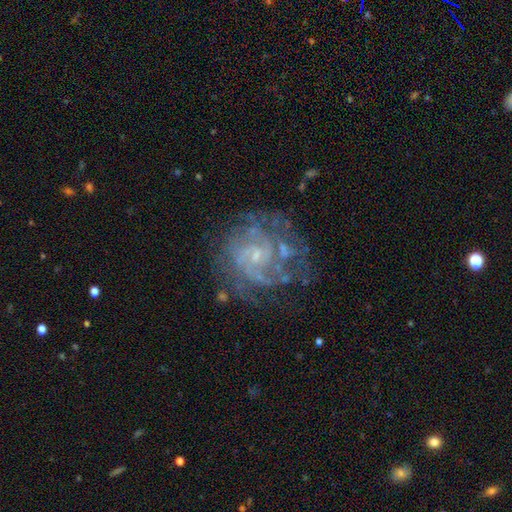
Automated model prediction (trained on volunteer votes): Q: Smooth or featured?
A: featured or disk (84%); runner-up: star or artifact (8%)
Q: Edge-on disk?
A: no (98%); runner-up: yes (2%)
Q: Bar?
A: no (63%); runner-up: weak (32%)
Q: Spiral arms?
A: yes (90%); runner-up: no (10%)
Q: Spiral winding?
A: tight (55%); runner-up: medium (35%)
Q: Spiral arm count?
A: can't tell (36%); runner-up: 2 (21%)
Q: Bulge size?
A: small (72%); runner-up: moderate (15%)
Q: Merging?
A: none (63%); runner-up: minor disturbance (18%)